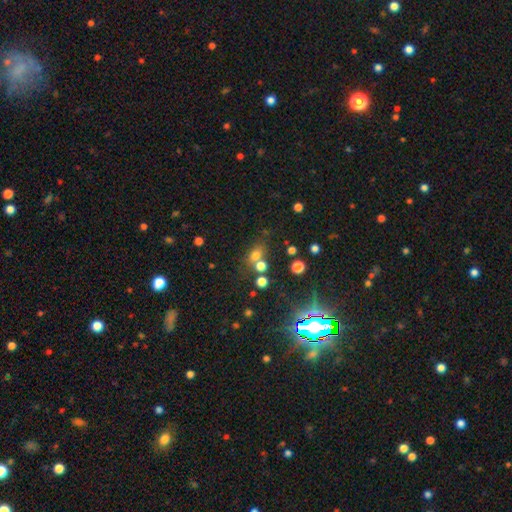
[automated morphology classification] This appears to be a smooth galaxy with no disk features (66%) that is in between round and cigar-shaped (56%). Merging: none (54%).